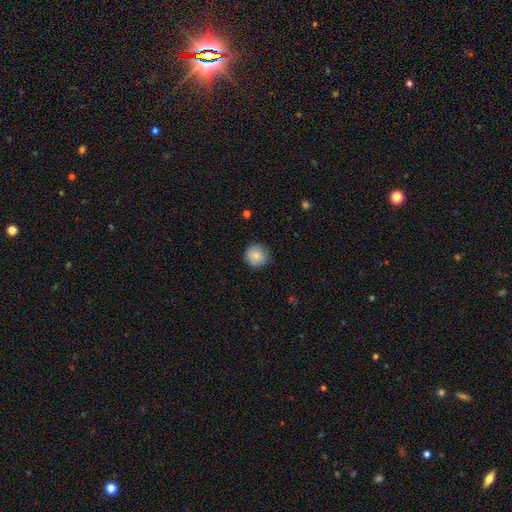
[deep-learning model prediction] The model was most divided on "merging": none: 84%, minor disturbance: 12%, major disturbance: 2%, merger: 1%. More confident: how rounded — round (94%); smooth or featured — smooth (82%).